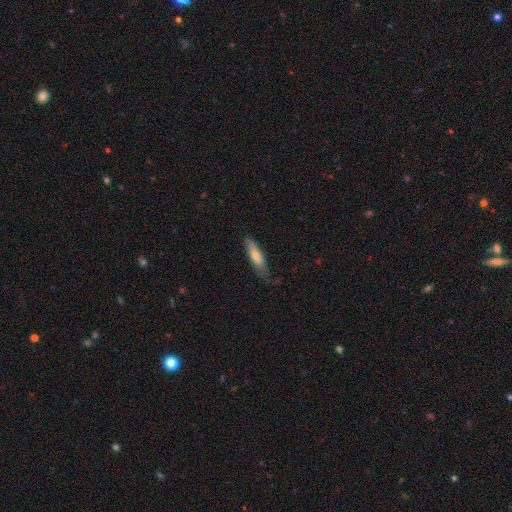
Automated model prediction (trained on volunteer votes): Morphology: type=smooth (71%); roundness=cigar-shaped (65%); merging=none (54%).